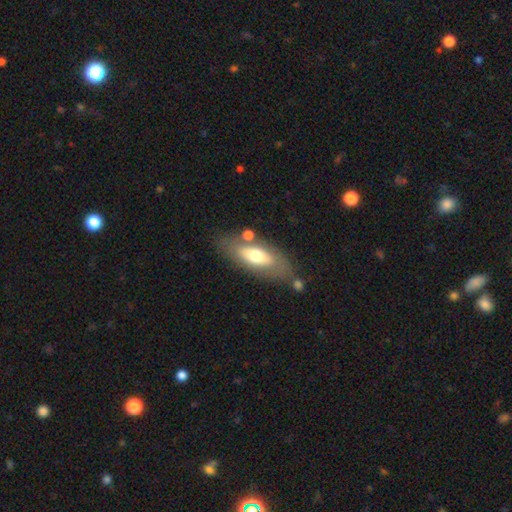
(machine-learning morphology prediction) smooth_or_featured: smooth (p=0.55) [alt: featured or disk p=0.39]
how_rounded: in between (p=0.78) [alt: cigar-shaped p=0.19]
merging: none (p=0.66) [alt: minor disturbance p=0.17]